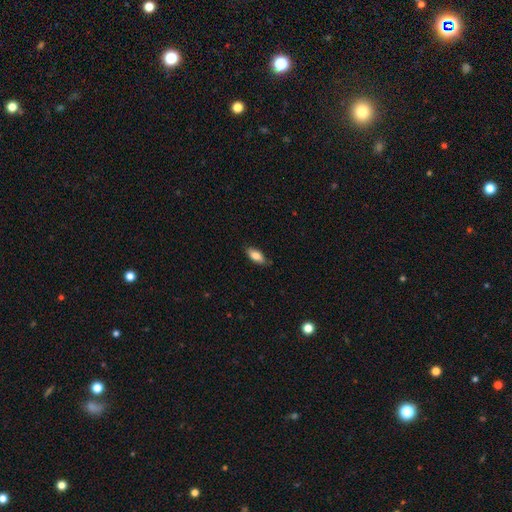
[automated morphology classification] Smooth or featured? smooth (81%)
How rounded? in between (84%)
Merging? none (81%)